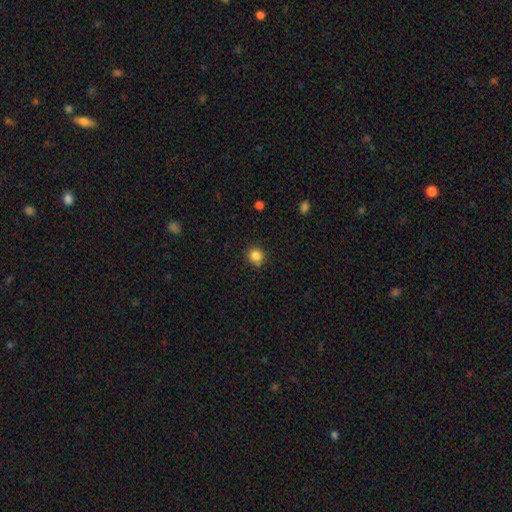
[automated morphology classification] type=smooth (84%); roundness=round (91%); merging=none (84%).